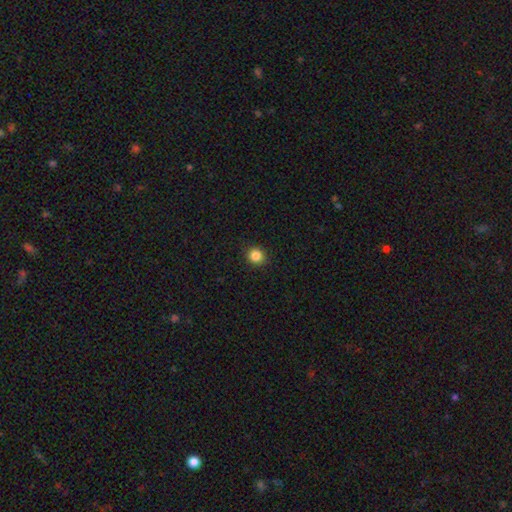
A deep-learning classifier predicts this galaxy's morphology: Q: Smooth or featured?
A: smooth (85%); runner-up: star or artifact (11%)
Q: How rounded?
A: round (91%); runner-up: in between (8%)
Q: Merging?
A: none (92%); runner-up: minor disturbance (5%)